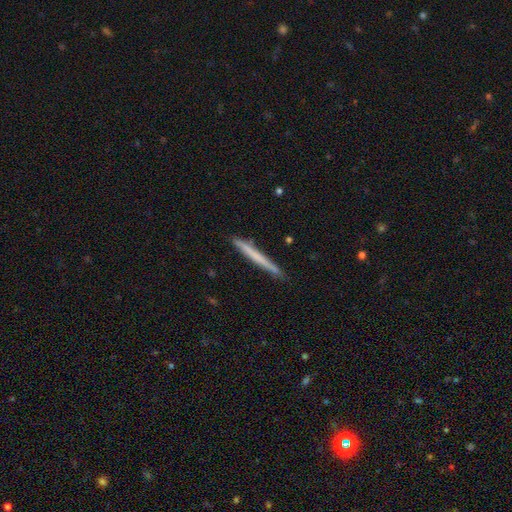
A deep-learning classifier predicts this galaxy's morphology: type=smooth (57%); roundness=cigar-shaped (97%); merging=none (89%).